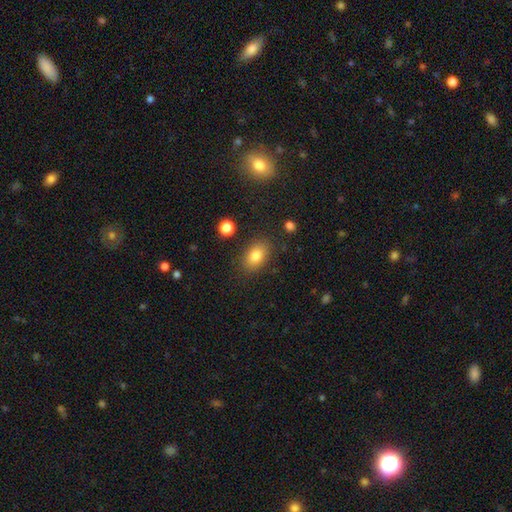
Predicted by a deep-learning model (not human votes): Smooth or featured: smooth — 82% (star or artifact — 10%)
How rounded: in between — 82% (round — 17%)
Merging: none — 83% (minor disturbance — 11%)